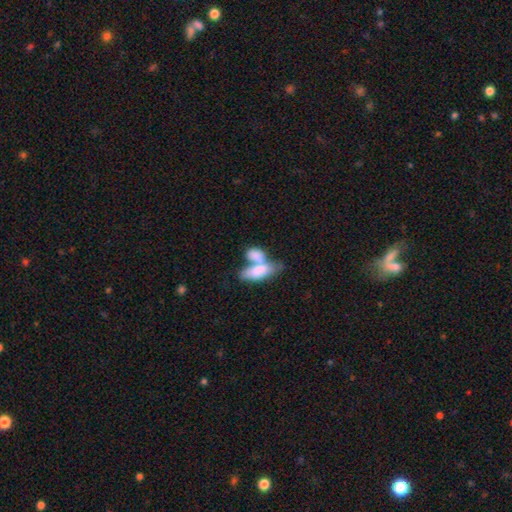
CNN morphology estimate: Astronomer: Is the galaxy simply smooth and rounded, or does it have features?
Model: smooth — 77%.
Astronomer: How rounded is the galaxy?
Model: in between — 84%.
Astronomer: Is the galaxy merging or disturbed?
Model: merger — 68%.